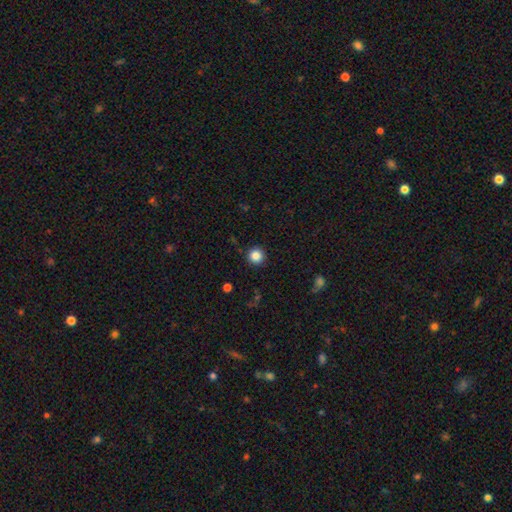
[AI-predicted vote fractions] Overall: smooth (85%). How rounded: round (95%). Merging: none (91%).